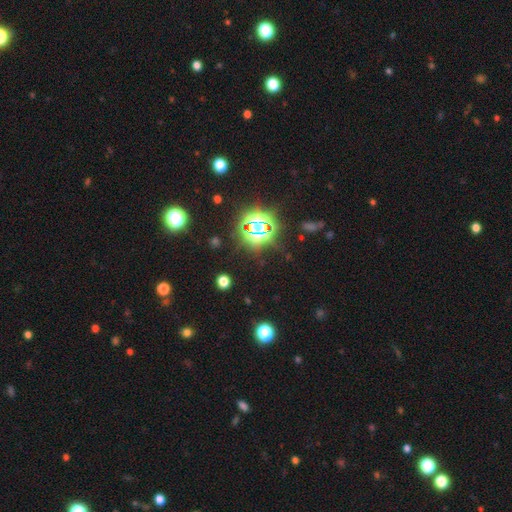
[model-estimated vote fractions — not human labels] Overall: star or artifact (77%).